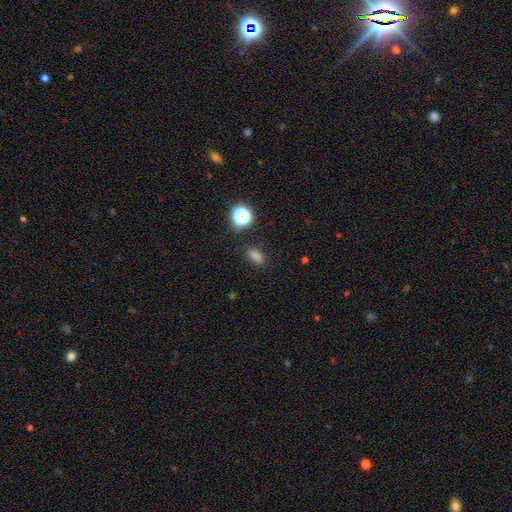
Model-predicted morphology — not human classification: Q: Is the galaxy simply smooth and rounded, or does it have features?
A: smooth — 78%.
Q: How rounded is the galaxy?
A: in between — 79%.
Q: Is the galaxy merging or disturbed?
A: none — 85%.